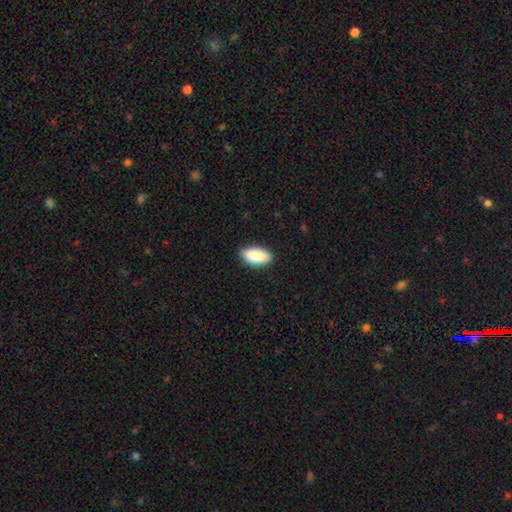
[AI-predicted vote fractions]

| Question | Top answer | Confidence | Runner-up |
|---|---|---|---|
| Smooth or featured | smooth | 89% | star or artifact (6%) |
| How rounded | in between | 91% | cigar-shaped (7%) |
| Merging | none | 88% | minor disturbance (9%) |